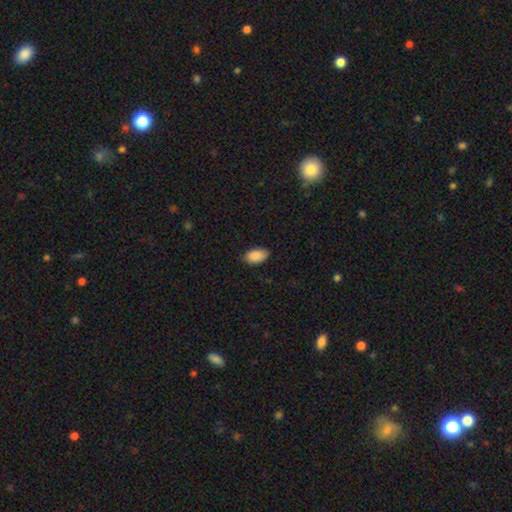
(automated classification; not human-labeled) Overall: smooth (89%). How rounded: in between (94%). Merging: none (86%).